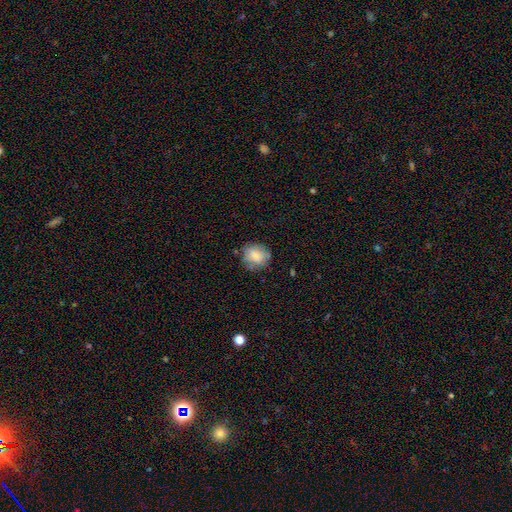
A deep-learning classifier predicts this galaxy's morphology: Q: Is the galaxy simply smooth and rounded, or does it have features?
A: smooth — 78%.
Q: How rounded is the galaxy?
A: round — 81%.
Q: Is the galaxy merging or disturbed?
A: none — 74%.